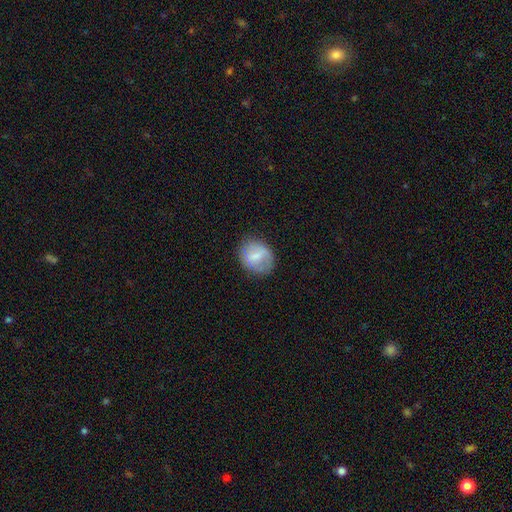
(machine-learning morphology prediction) Smooth or featured? Predicted: smooth (p=0.60). How rounded? Predicted: round (p=0.55). Merging? Predicted: none (p=0.74).